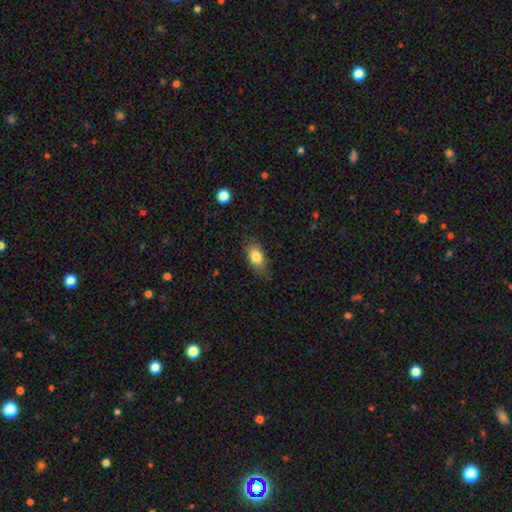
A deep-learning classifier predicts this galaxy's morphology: A smooth galaxy with no disk features (82%) that is in between round and cigar-shaped (86%). Merging: none (78%).